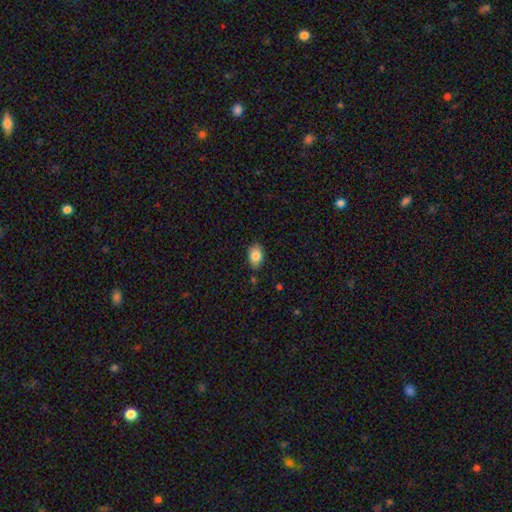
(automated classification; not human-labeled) Overall: smooth (83%). How rounded: in between (83%). Merging: none (82%).